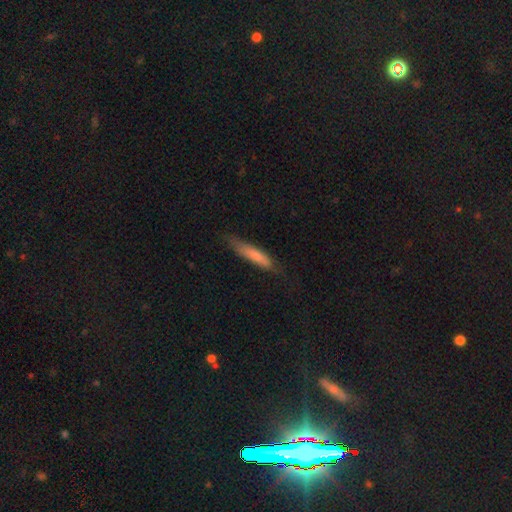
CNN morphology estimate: Q: Smooth or featured?
A: smooth (75%); runner-up: featured or disk (19%)
Q: How rounded?
A: cigar-shaped (83%); runner-up: in between (15%)
Q: Merging?
A: none (68%); runner-up: minor disturbance (24%)